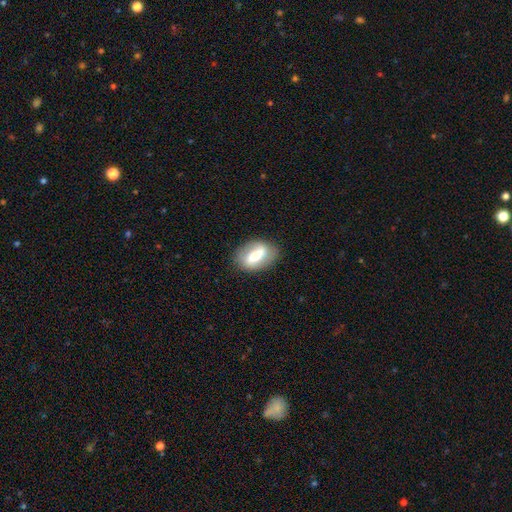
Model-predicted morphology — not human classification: featured or disk 48%, smooth 45%, star or artifact 7%. Down the decision tree: merging — none (81%).